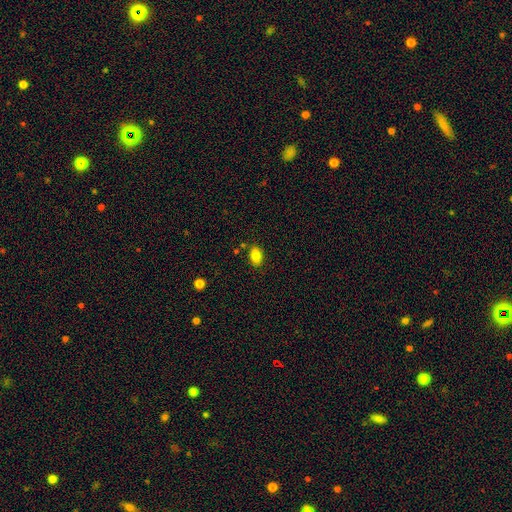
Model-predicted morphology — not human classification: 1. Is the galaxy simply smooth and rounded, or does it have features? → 83% smooth, 9% star or artifact, 8% featured or disk.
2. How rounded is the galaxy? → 84% in between, 15% round, 1% cigar-shaped.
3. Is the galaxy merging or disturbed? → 83% none, 11% minor disturbance, 4% merger, 2% major disturbance.